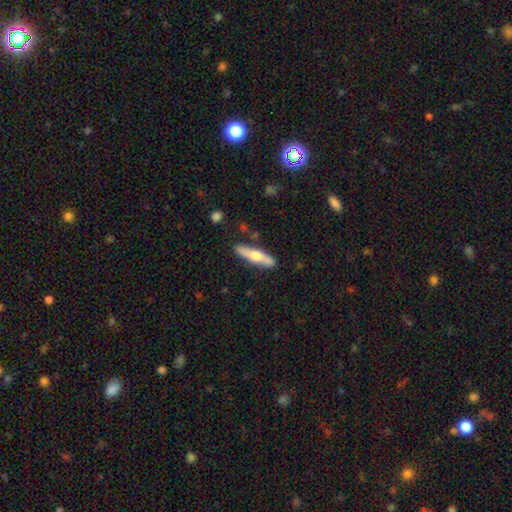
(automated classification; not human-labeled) Smooth or featured? smooth (52%)
How rounded? cigar-shaped (76%)
Merging? none (85%)